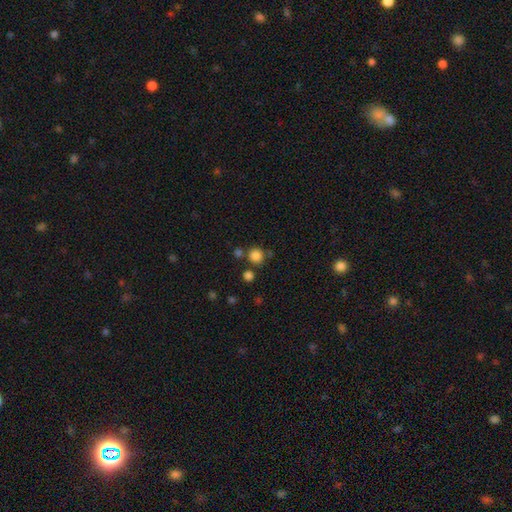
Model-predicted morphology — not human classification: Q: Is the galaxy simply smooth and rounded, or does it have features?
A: smooth — 83%.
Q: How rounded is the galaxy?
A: round — 91%.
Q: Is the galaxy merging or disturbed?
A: none — 76%.